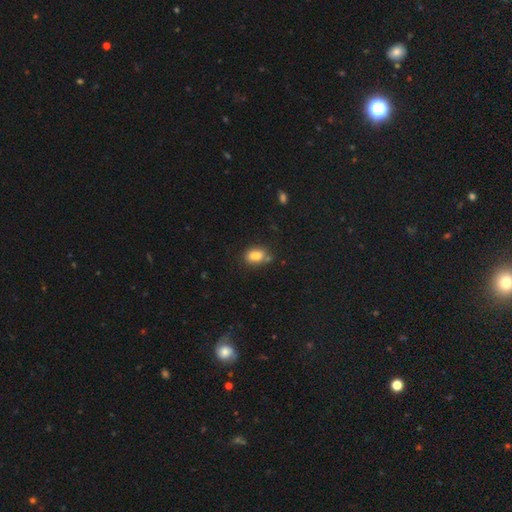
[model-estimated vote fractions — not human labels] Overall: smooth (82%). How rounded: in between (75%). Merging: none (68%).